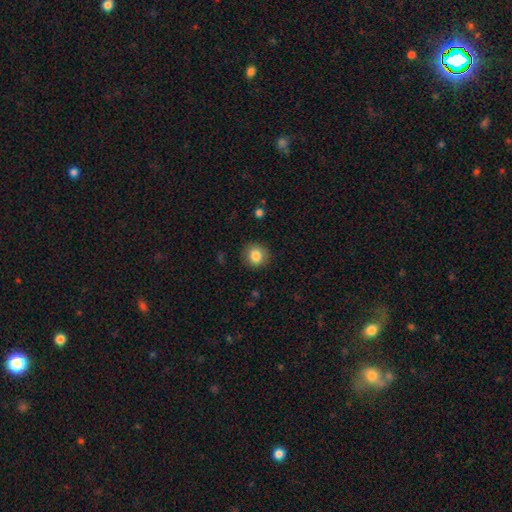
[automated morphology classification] Smooth or featured?
  - smooth: 85% *
  - star or artifact: 10%
  - featured or disk: 6%
How rounded?
  - round: 88% *
  - in between: 11%
  - cigar-shaped: 1%
Merging?
  - none: 88% *
  - minor disturbance: 8%
  - major disturbance: 2%
  - merger: 1%